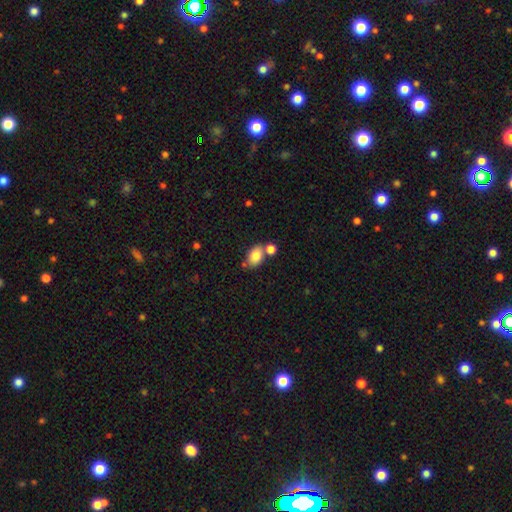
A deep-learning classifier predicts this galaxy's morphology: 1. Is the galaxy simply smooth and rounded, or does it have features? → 80% smooth, 11% featured or disk, 9% star or artifact.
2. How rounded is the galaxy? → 79% in between, 19% round, 1% cigar-shaped.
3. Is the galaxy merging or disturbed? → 61% none, 22% merger, 13% minor disturbance, 4% major disturbance.